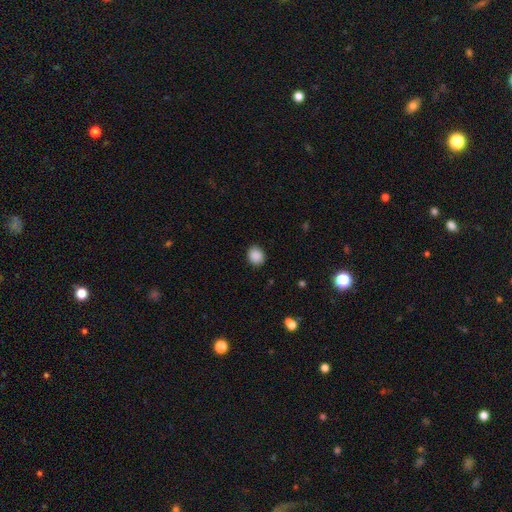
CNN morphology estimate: smooth 89%, star or artifact 9%, featured or disk 2%. Down the decision tree: how rounded — round (73%); merging — none (89%).